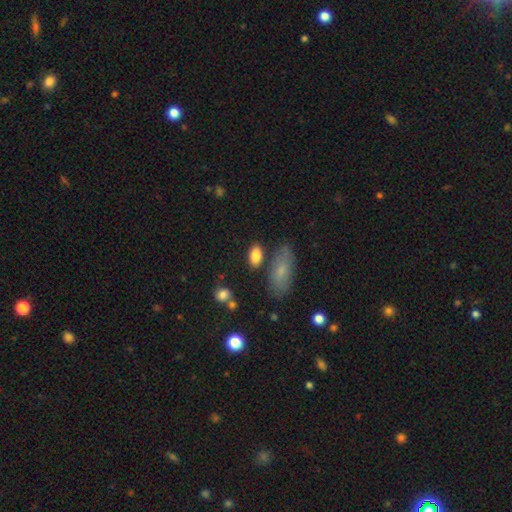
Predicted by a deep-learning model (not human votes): Q: Smooth or featured?
A: smooth (85%); runner-up: star or artifact (8%)
Q: How rounded?
A: in between (90%); runner-up: round (6%)
Q: Merging?
A: none (75%); runner-up: minor disturbance (14%)